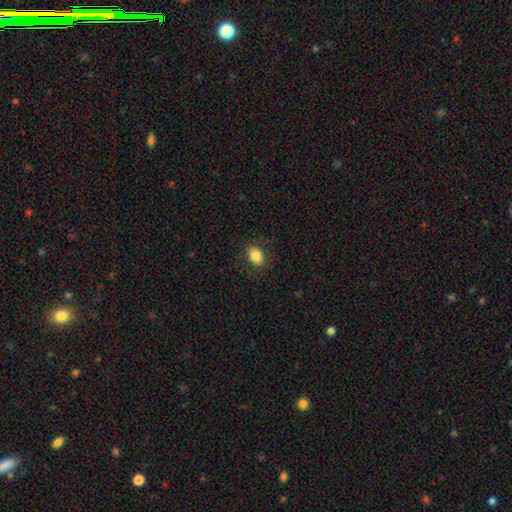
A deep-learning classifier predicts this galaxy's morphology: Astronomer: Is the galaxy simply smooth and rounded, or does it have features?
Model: smooth — 84%.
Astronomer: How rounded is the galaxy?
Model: in between — 71%.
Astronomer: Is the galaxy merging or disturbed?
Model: none — 86%.